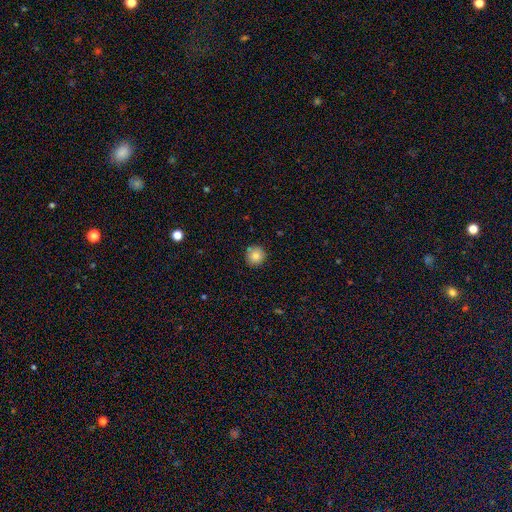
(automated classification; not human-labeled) Smooth or featured: smooth — 83% (star or artifact — 10%)
How rounded: round — 94% (in between — 5%)
Merging: none — 86% (minor disturbance — 10%)